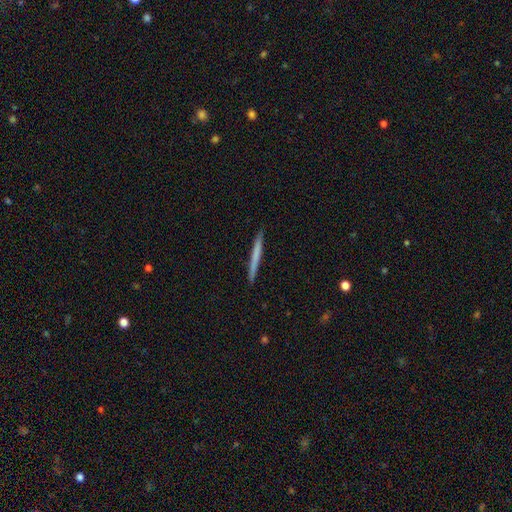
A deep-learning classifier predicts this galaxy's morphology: Smooth or featured?
  - smooth: 60% *
  - featured or disk: 35%
  - star or artifact: 5%
How rounded?
  - cigar-shaped: 97% *
  - in between: 2%
  - round: 1%
Merging?
  - none: 92% *
  - minor disturbance: 5%
  - major disturbance: 1%
  - merger: 1%